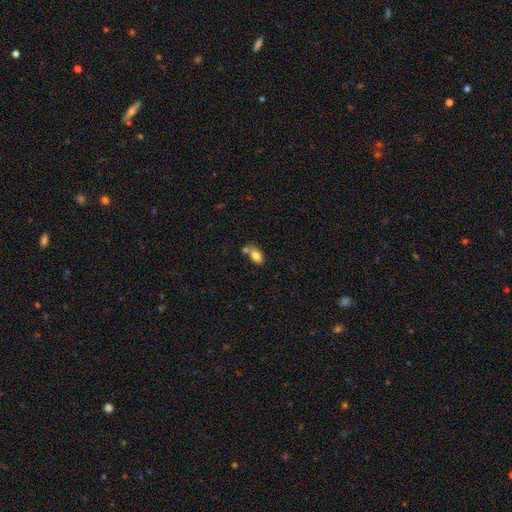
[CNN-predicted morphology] Smooth or featured? smooth (81%)
How rounded? in between (89%)
Merging? none (48%)